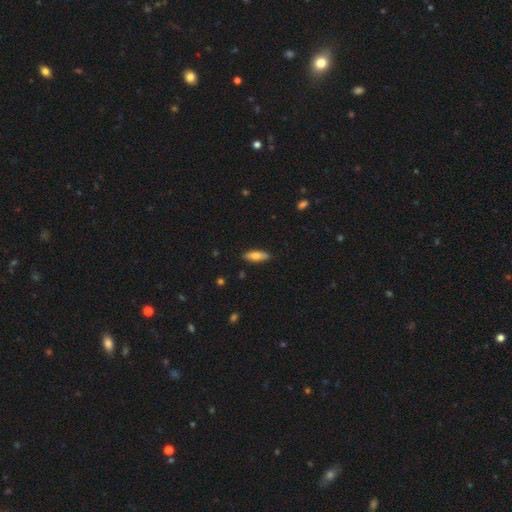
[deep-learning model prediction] A smooth galaxy with no disk features (72%) that is in between round and cigar-shaped (57%).

Vote fractions:
- Smooth or featured? smooth: 72% / featured or disk: 22% / star or artifact: 6%
- How rounded? in between: 57% / cigar-shaped: 40% / round: 2%
- Merging? none: 88% / minor disturbance: 9% / major disturbance: 2% / merger: 1%